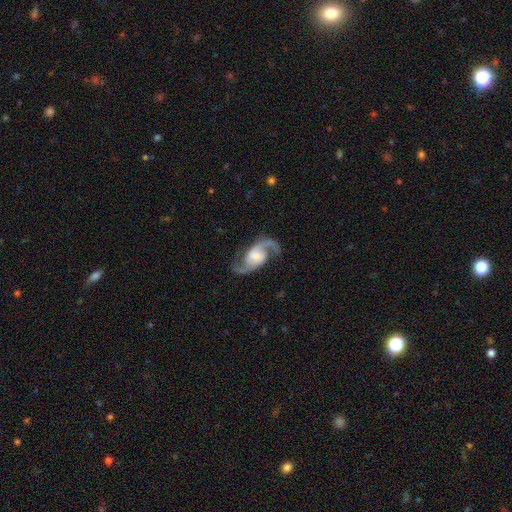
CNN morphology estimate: type=featured or disk (92%); edge-on=no (98%); bar=no (44%); spiral arms=yes (98%); winding=medium (47%); arm count=2 (94%); bulge=moderate (33%, tied with small); merging=none (81%).